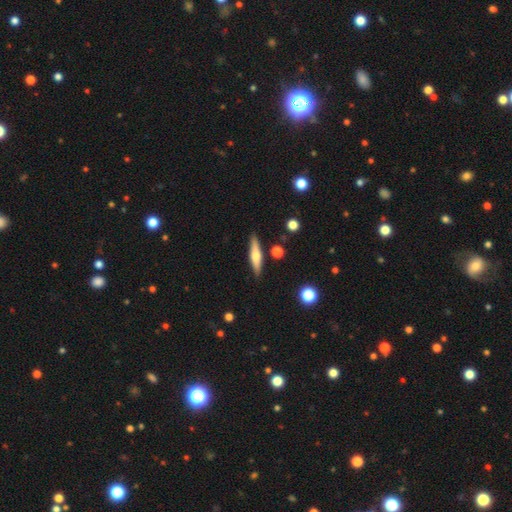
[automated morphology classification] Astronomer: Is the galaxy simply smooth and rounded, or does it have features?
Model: smooth — 48% (runner-up: featured or disk, 46%).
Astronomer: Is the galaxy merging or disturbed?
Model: none — 86%.